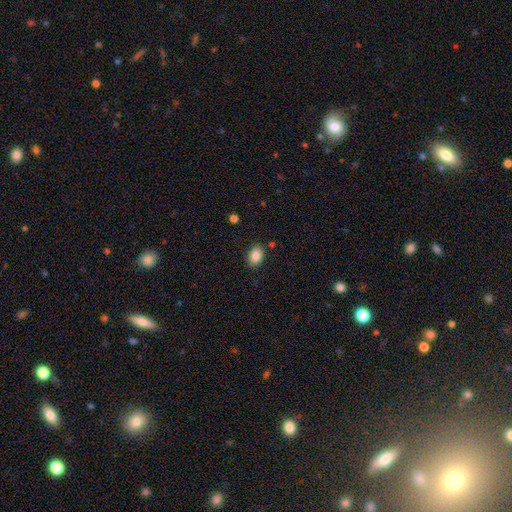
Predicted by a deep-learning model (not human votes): smooth-or-featured: smooth: 86% | star or artifact: 8% | featured or disk: 6%
  how-rounded: in between: 80% | round: 18% | cigar-shaped: 1%
  merging: none: 86% | minor disturbance: 10% | major disturbance: 2% | merger: 2%